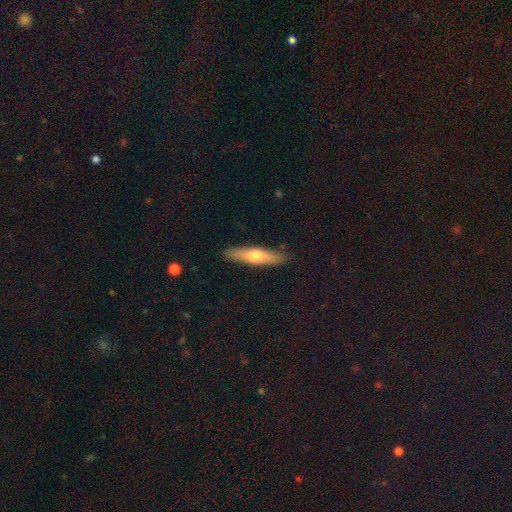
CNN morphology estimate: The model was most divided on "smooth or featured": smooth: 52%, featured or disk: 43%, star or artifact: 5%. More confident: merging — none (89%); how rounded — cigar-shaped (81%).